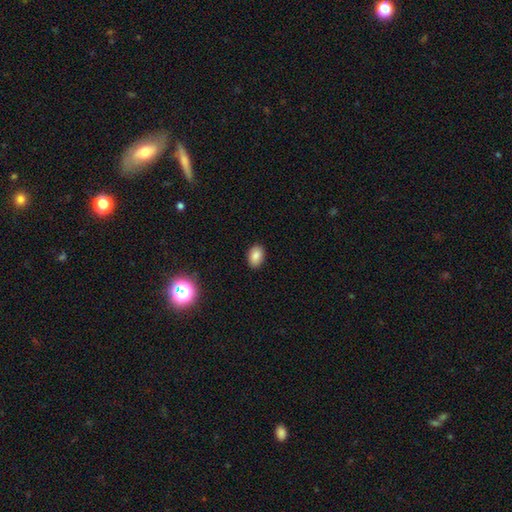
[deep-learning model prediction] A smooth galaxy with no disk features (85%) that is in between round and cigar-shaped (84%).

Vote fractions:
- Smooth or featured? smooth: 85% / star or artifact: 10% / featured or disk: 5%
- How rounded? in between: 84% / round: 15% / cigar-shaped: 1%
- Merging? none: 89% / minor disturbance: 8% / major disturbance: 2% / merger: 1%